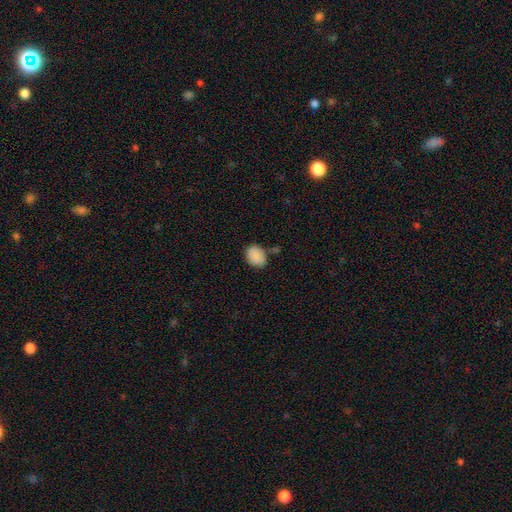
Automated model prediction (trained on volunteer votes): Morphology: type=smooth (88%); roundness=in between (67%); merging=none (65%).